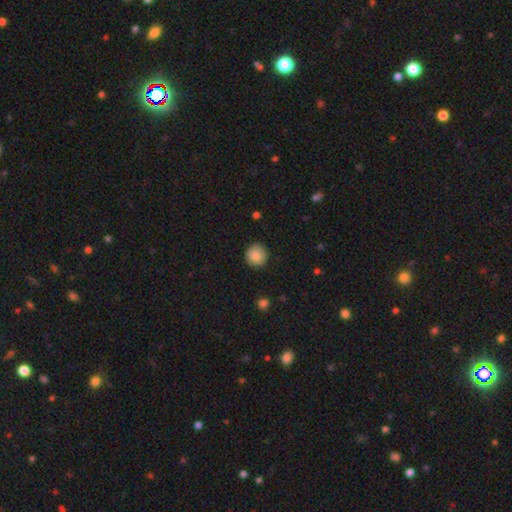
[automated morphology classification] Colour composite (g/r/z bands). It shows a smooth galaxy with no disk features (87%) that is round (94%). Merging: none (88%).